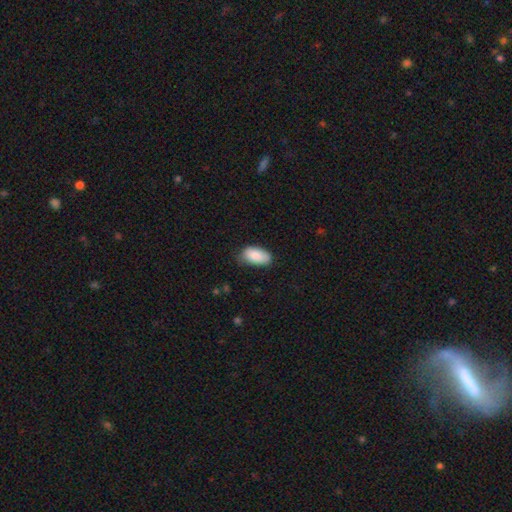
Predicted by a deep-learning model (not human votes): This appears to be a smooth galaxy with no disk features (87%) that is in between round and cigar-shaped (95%). Merging: none (69%).